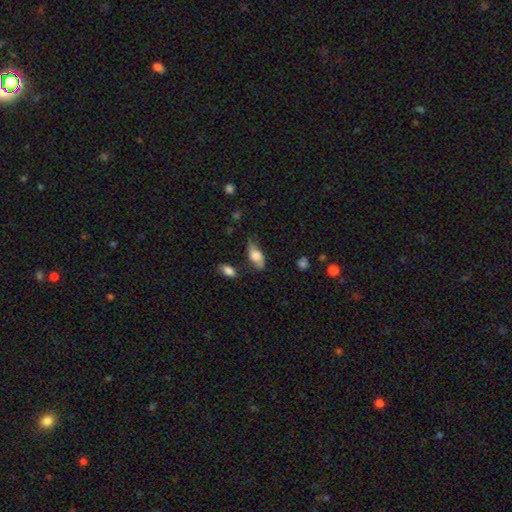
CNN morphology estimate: This appears to be a smooth galaxy with no disk features (58%) that is in between round and cigar-shaped (83%). Merging: none (55%).